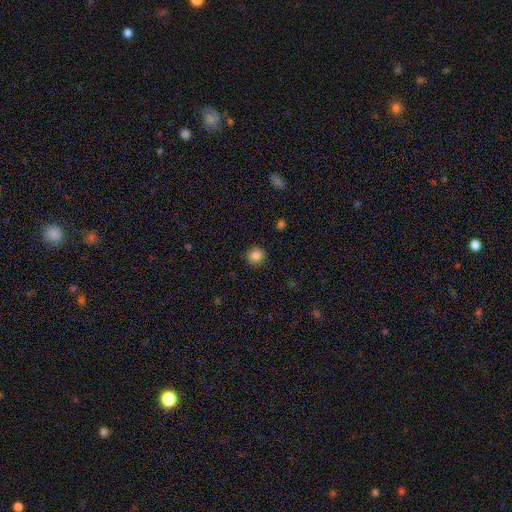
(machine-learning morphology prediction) Q: Smooth or featured?
A: smooth (85%); runner-up: star or artifact (10%)
Q: How rounded?
A: round (89%); runner-up: in between (10%)
Q: Merging?
A: none (90%); runner-up: minor disturbance (7%)